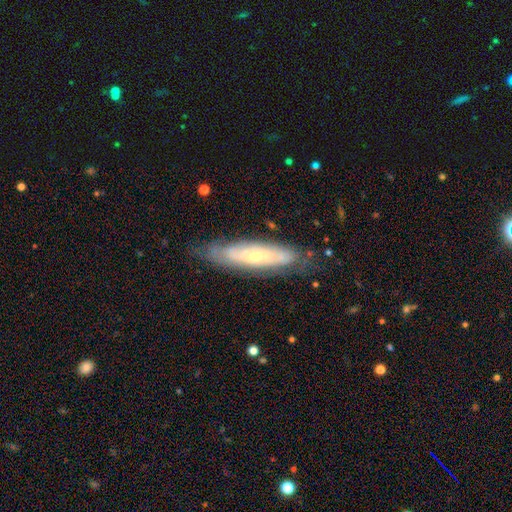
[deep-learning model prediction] Smooth or featured?
  - featured or disk: 68% *
  - smooth: 26%
  - star or artifact: 6%
Edge-on disk?
  - no: 68% *
  - yes: 32%
Merging?
  - none: 74% *
  - minor disturbance: 19%
  - major disturbance: 6%
  - merger: 1%